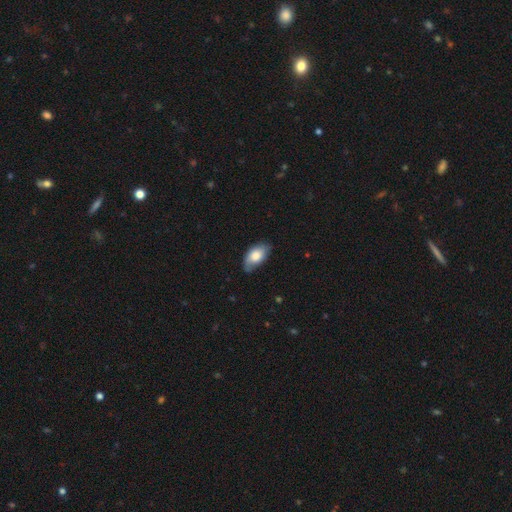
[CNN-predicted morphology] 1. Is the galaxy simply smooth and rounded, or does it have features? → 72% smooth, 22% featured or disk, 7% star or artifact.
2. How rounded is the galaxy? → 93% in between, 4% round, 2% cigar-shaped.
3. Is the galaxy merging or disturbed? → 62% none, 30% minor disturbance, 6% major disturbance, 1% merger.